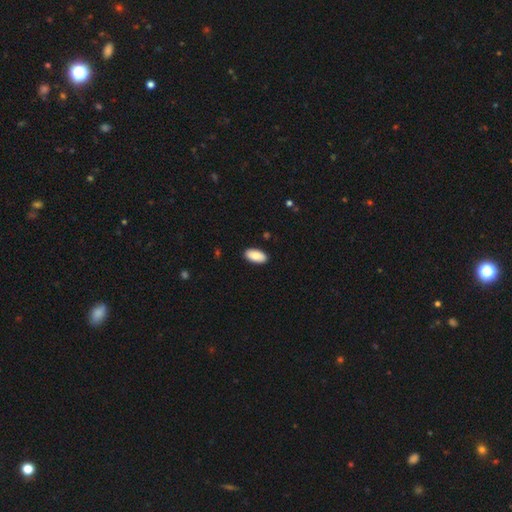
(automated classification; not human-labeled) A smooth galaxy with no disk features (85%) that is in between round and cigar-shaped (94%). Merging: none (89%).